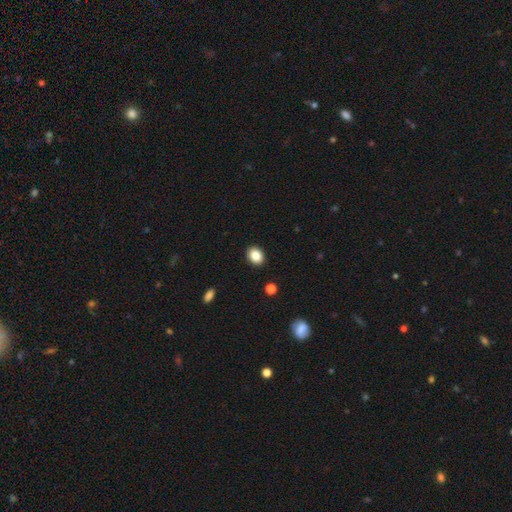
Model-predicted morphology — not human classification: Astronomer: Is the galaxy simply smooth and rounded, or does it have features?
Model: smooth — 85%.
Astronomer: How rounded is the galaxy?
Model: in between — 56% (runner-up: round, 43%).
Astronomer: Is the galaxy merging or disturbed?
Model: none — 90%.